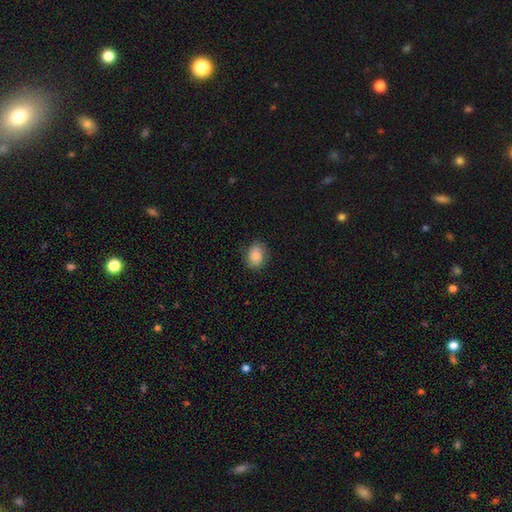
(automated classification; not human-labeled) The model was most divided on "how rounded": in between: 55%, round: 44%, cigar-shaped: 1%. More confident: smooth or featured — smooth (84%); merging — none (83%).